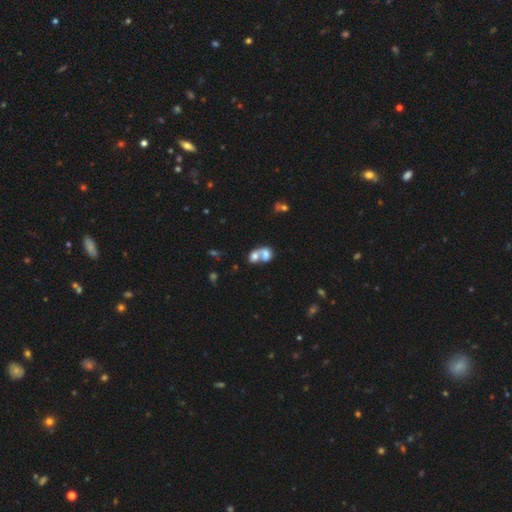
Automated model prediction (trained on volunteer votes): Smooth or featured: smooth — 62% (featured or disk — 26%)
How rounded: in between — 59% (round — 39%)
Merging: merger — 75% (none — 15%)